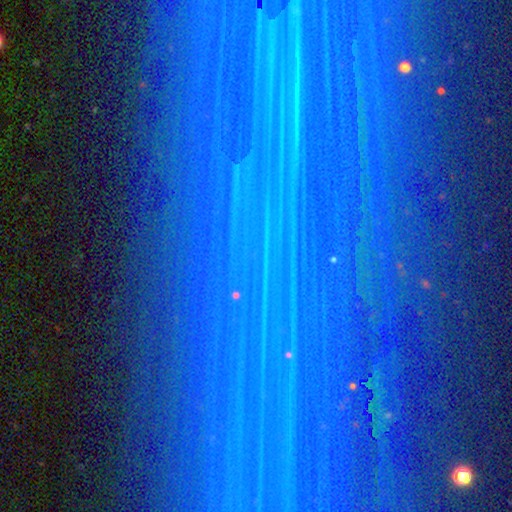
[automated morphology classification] smooth-or-featured: star or artifact: 85% | featured or disk: 8% | smooth: 7%